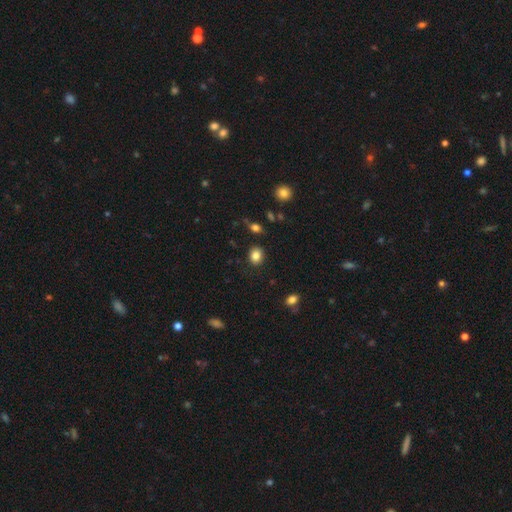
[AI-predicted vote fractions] The model was most divided on "how rounded": round: 62%, in between: 37%, cigar-shaped: 1%. More confident: merging — none (86%); smooth or featured — smooth (84%).